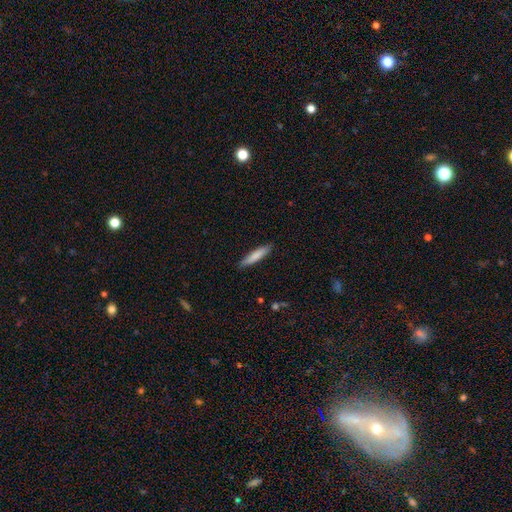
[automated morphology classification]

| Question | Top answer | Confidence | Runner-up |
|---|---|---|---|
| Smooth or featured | smooth | 81% | featured or disk (13%) |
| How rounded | cigar-shaped | 86% | in between (13%) |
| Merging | none | 89% | minor disturbance (8%) |